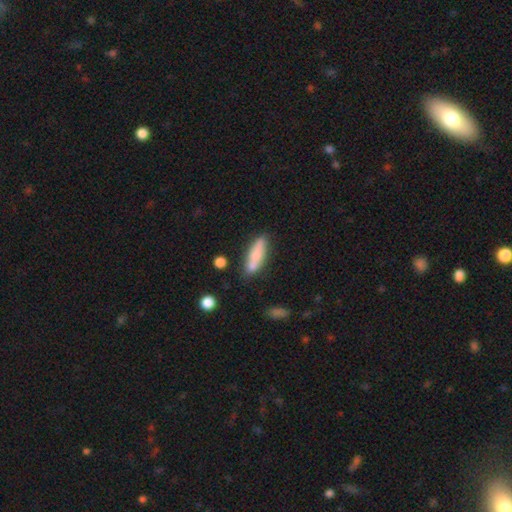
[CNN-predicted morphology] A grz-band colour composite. It shows a smooth galaxy with no disk features (73%) that is cigar-shaped (62%). Merging: none (69%).